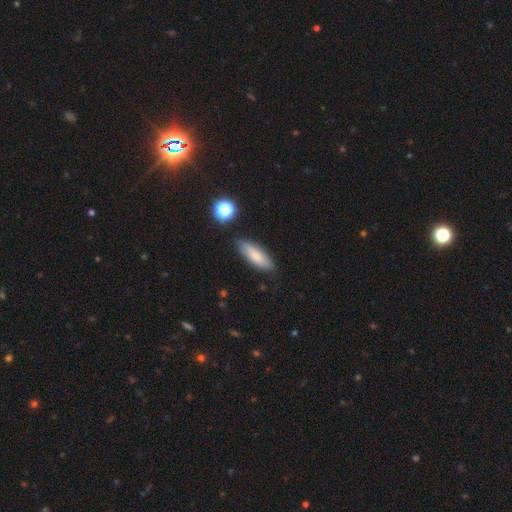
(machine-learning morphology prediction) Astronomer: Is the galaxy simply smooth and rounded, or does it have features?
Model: smooth — 76%.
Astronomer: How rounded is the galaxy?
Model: in between — 59% (runner-up: cigar-shaped, 38%).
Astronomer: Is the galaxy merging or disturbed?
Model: none — 81%.